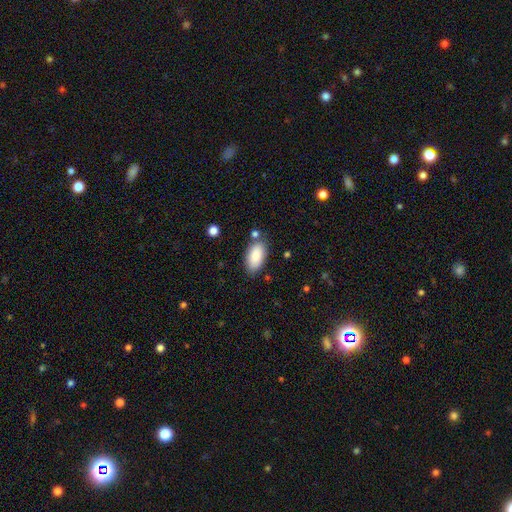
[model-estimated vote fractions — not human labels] smooth 87%, featured or disk 7%, star or artifact 7%. Down the decision tree: how rounded — in between (94%); merging — none (77%).